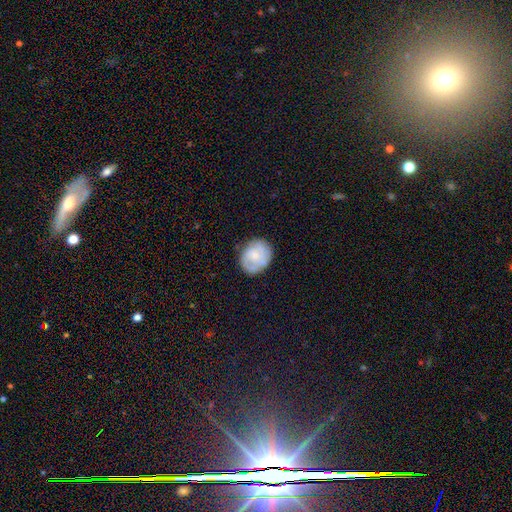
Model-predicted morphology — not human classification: smooth-or-featured: smooth: 49% | featured or disk: 44% | star or artifact: 7%
  merging: none: 73% | minor disturbance: 20% | major disturbance: 6% | merger: 2%